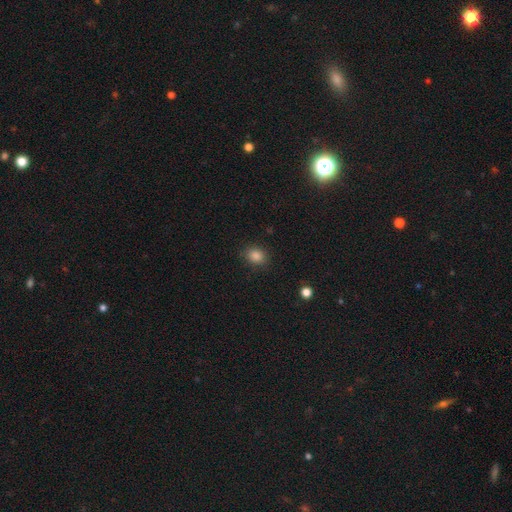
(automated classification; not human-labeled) Smooth or featured?
  - smooth: 85% *
  - star or artifact: 11%
  - featured or disk: 4%
How rounded?
  - round: 57% *
  - in between: 42%
  - cigar-shaped: 1%
Merging?
  - none: 85% *
  - minor disturbance: 10%
  - major disturbance: 3%
  - merger: 1%